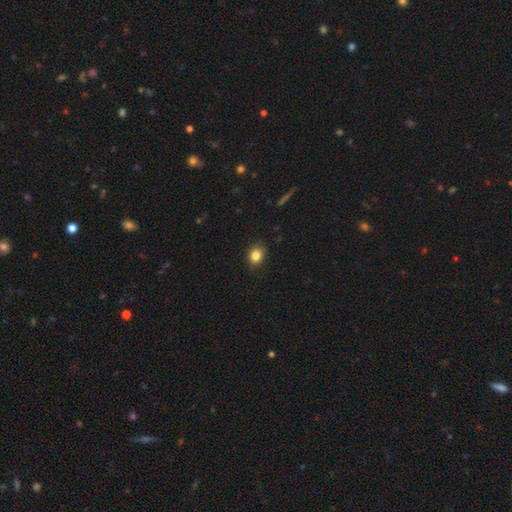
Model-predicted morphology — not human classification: smooth-or-featured: smooth: 84% | star or artifact: 11% | featured or disk: 5%
  how-rounded: round: 51% | in between: 48% | cigar-shaped: 1%
  merging: none: 83% | minor disturbance: 13% | major disturbance: 2% | merger: 1%